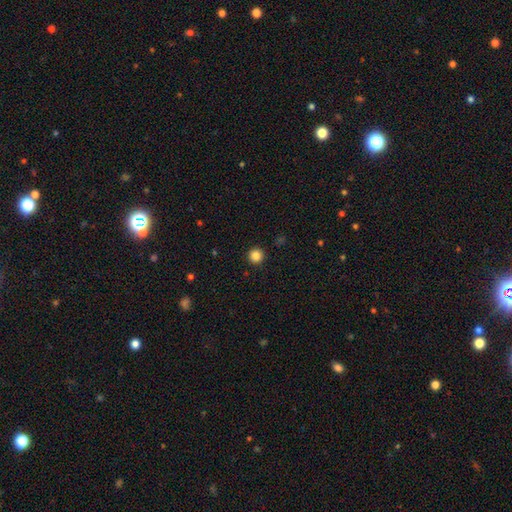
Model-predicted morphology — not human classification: Overall: smooth (85%). How rounded: round (96%). Merging: none (93%).